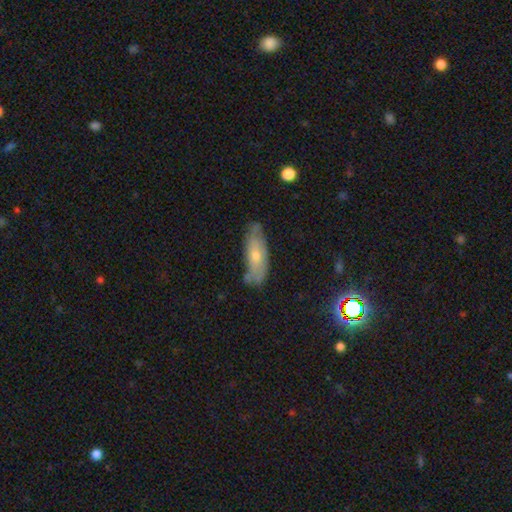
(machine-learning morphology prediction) Smooth or featured?
  - smooth: 50% *
  - featured or disk: 41%
  - star or artifact: 9%
How rounded?
  - in between: 65% *
  - cigar-shaped: 32%
  - round: 3%
Merging?
  - none: 63% *
  - minor disturbance: 28%
  - major disturbance: 6%
  - merger: 4%